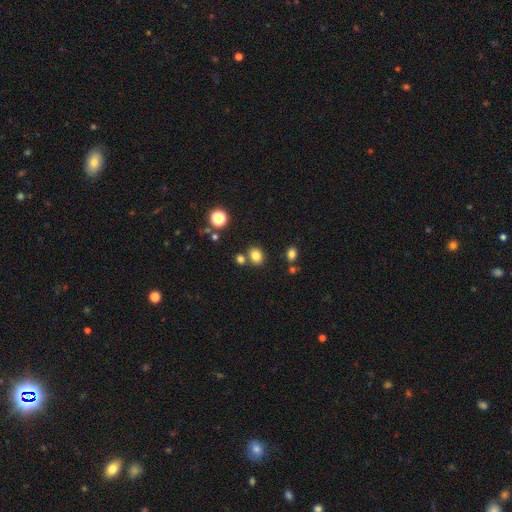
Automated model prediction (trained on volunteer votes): Morphology: type=smooth (80%); roundness=round (59%); merging=none (74%).